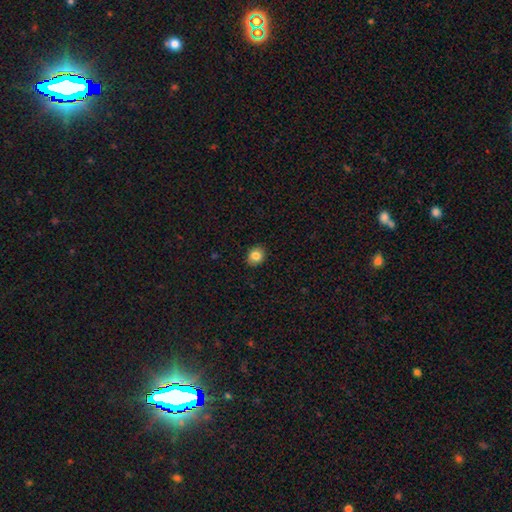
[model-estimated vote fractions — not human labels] This appears to be a smooth galaxy with no disk features (84%) that is round (68%). Merging: none (90%).